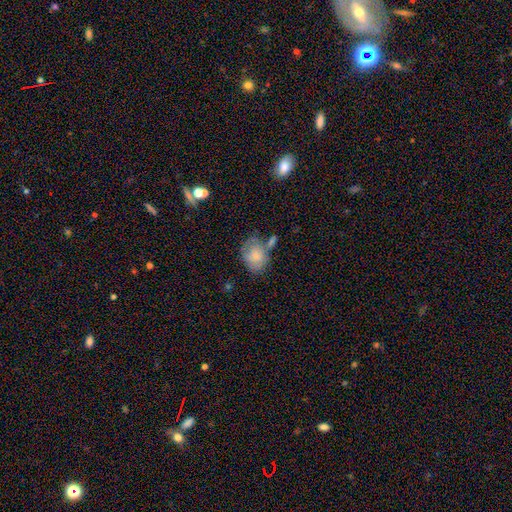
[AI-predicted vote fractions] Smooth or featured: smooth — 72% (featured or disk — 20%)
How rounded: in between — 71% (round — 28%)
Merging: none — 43% (minor disturbance — 26%)